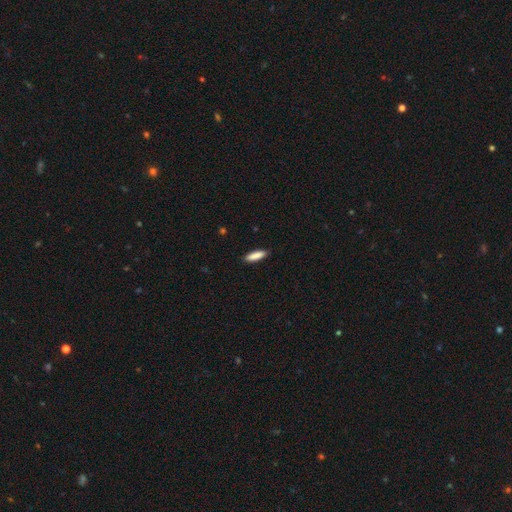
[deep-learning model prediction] Overall: smooth (88%). How rounded: cigar-shaped (62%; in between 36%). Merging: none (89%).